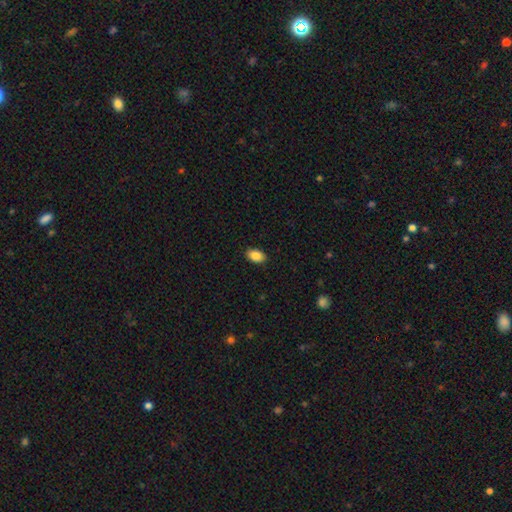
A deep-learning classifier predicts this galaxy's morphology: type=smooth (87%); roundness=in between (89%); merging=none (89%).